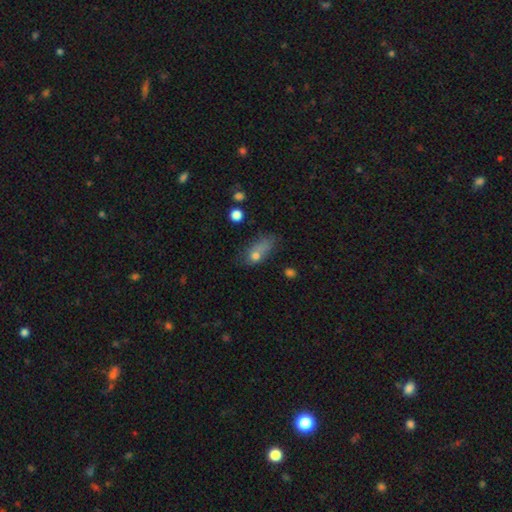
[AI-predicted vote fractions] A smooth galaxy with no disk features (69%) that is in between round and cigar-shaped (70%). Merging: none (37%).